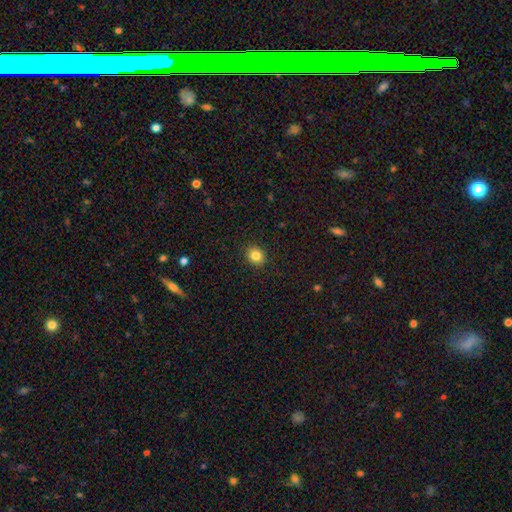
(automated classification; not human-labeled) Smooth or featured?
  - smooth: 84% *
  - star or artifact: 11%
  - featured or disk: 6%
How rounded?
  - round: 72% *
  - in between: 28%
  - cigar-shaped: 1%
Merging?
  - none: 90% *
  - minor disturbance: 7%
  - major disturbance: 2%
  - merger: 1%